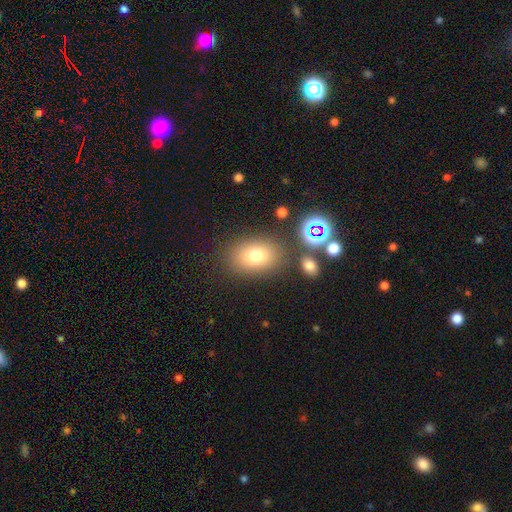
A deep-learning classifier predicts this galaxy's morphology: A smooth galaxy with no disk features (74%) that is in between round and cigar-shaped (72%).

Vote fractions:
- Smooth or featured? smooth: 74% / star or artifact: 14% / featured or disk: 12%
- How rounded? in between: 72% / round: 27% / cigar-shaped: 1%
- Merging? none: 80% / minor disturbance: 11% / merger: 5% / major disturbance: 4%